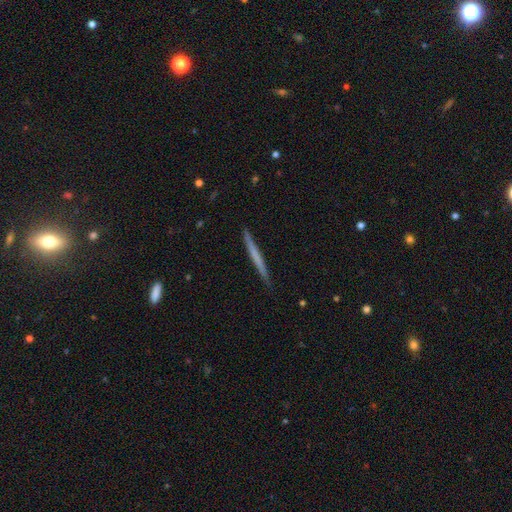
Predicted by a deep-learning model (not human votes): The model was most divided on "smooth or featured": smooth: 52%, featured or disk: 43%, star or artifact: 5%. More confident: how rounded — cigar-shaped (97%); merging — none (90%).